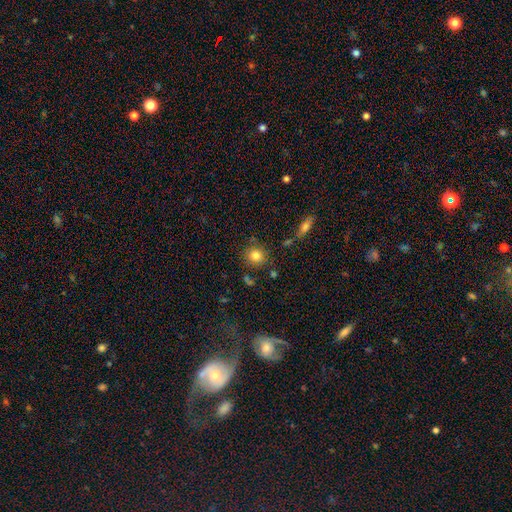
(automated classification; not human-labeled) A smooth galaxy with no disk features (83%) that is round (83%). Merging: none (81%).